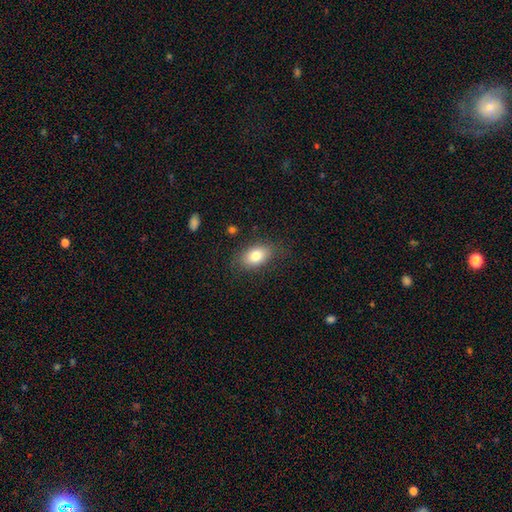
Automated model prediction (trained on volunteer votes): smooth_or_featured: smooth (p=0.79) [alt: featured or disk p=0.12]
how_rounded: in between (p=0.86) [alt: round p=0.12]
merging: none (p=0.81) [alt: minor disturbance p=0.13]